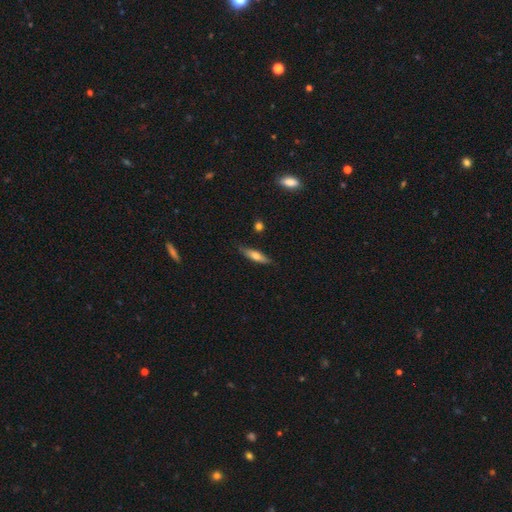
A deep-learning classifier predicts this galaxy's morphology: A smooth galaxy with no disk features (60%) that is cigar-shaped (68%).

Vote fractions:
- Smooth or featured? smooth: 60% / featured or disk: 34% / star or artifact: 6%
- How rounded? cigar-shaped: 68% / in between: 30% / round: 2%
- Merging? none: 81% / minor disturbance: 15% / major disturbance: 3% / merger: 2%